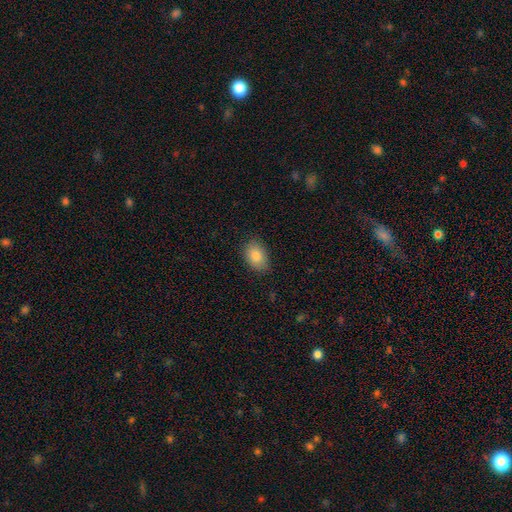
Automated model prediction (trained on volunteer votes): Smooth or featured?
  - smooth: 85% *
  - star or artifact: 8%
  - featured or disk: 7%
How rounded?
  - in between: 83% *
  - round: 16%
  - cigar-shaped: 1%
Merging?
  - none: 84% *
  - minor disturbance: 12%
  - major disturbance: 3%
  - merger: 1%